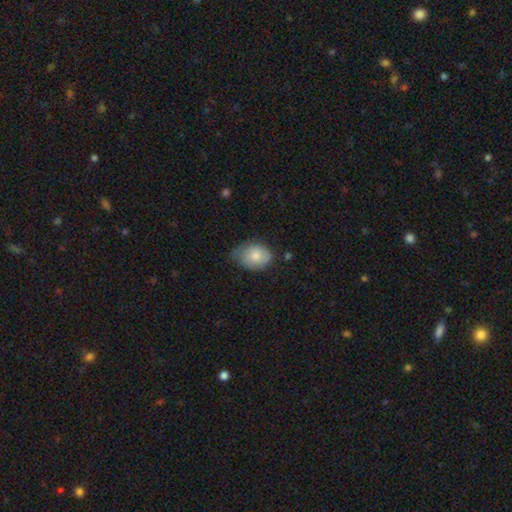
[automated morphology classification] This is likely a smooth galaxy (79%). How rounded: likely in between (71%). Merging: possibly none (48%).